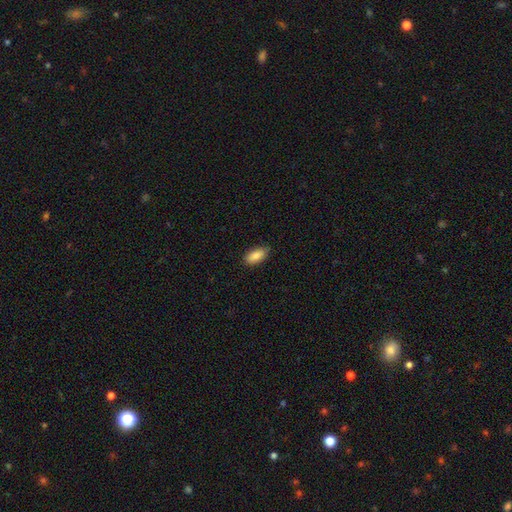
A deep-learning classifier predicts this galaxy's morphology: smooth-or-featured: smooth: 86% | featured or disk: 7% | star or artifact: 7%
  how-rounded: in between: 90% | cigar-shaped: 8% | round: 2%
  merging: none: 85% | minor disturbance: 12% | major disturbance: 2% | merger: 1%